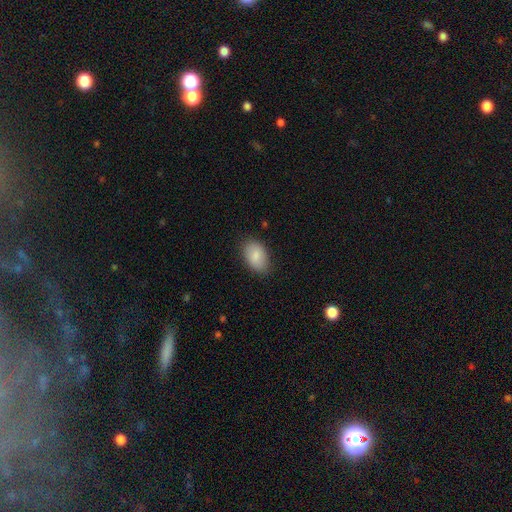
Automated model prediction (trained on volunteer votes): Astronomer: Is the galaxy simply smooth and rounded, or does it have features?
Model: smooth — 86%.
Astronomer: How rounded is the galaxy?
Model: in between — 90%.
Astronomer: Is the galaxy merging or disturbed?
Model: none — 82%.